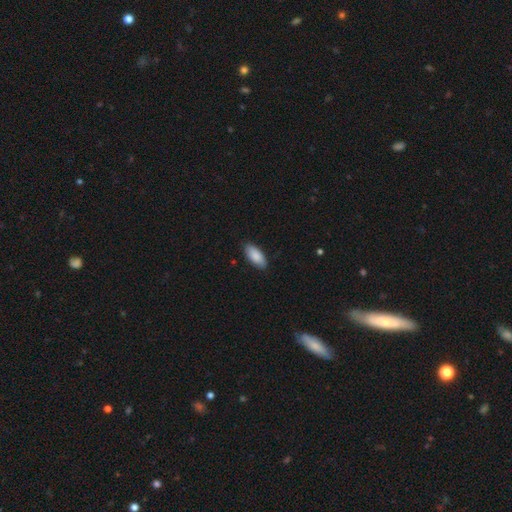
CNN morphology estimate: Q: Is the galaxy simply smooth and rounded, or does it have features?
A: smooth — 88%.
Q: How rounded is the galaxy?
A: in between — 88%.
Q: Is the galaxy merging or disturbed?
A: none — 87%.